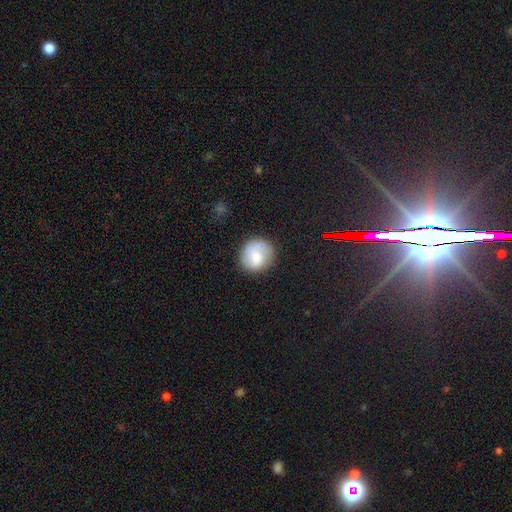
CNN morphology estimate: smooth 48%, featured or disk 44%, star or artifact 8%. Down the decision tree: merging — none (80%).